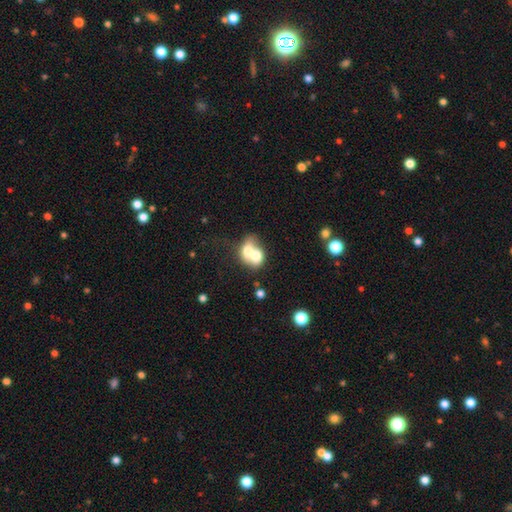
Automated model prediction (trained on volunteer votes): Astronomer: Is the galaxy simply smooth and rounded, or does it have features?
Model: smooth — 66%.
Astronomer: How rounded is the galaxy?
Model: in between — 53% (runner-up: round, 45%).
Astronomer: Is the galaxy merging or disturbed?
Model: merger — 77%.